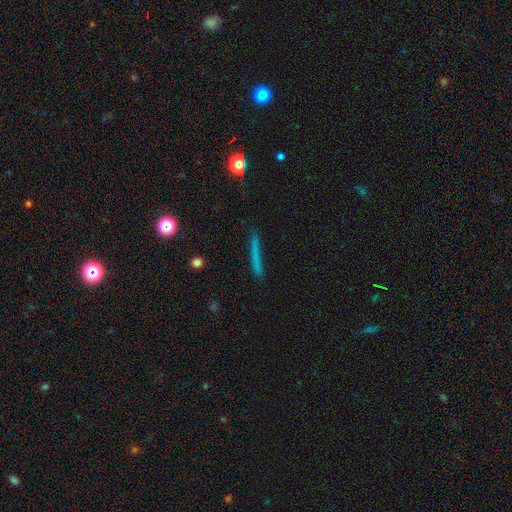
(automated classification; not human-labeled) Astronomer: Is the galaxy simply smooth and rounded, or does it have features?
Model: smooth — 61%.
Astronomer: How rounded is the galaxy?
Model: cigar-shaped — 94%.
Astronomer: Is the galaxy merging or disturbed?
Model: none — 83%.